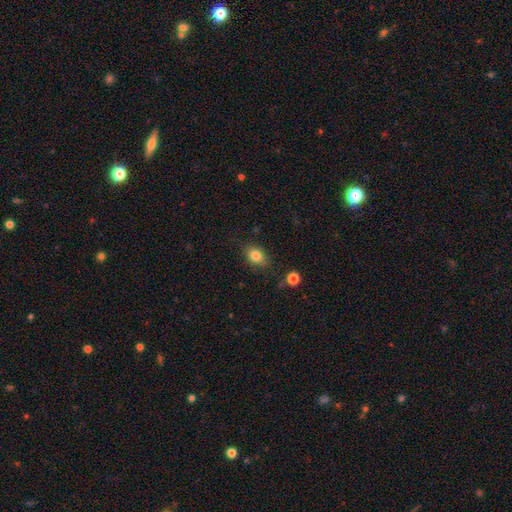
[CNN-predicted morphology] smooth-or-featured: smooth: 82% | star or artifact: 10% | featured or disk: 8%
  how-rounded: in between: 70% | round: 29% | cigar-shaped: 2%
  merging: none: 80% | minor disturbance: 14% | major disturbance: 4% | merger: 2%